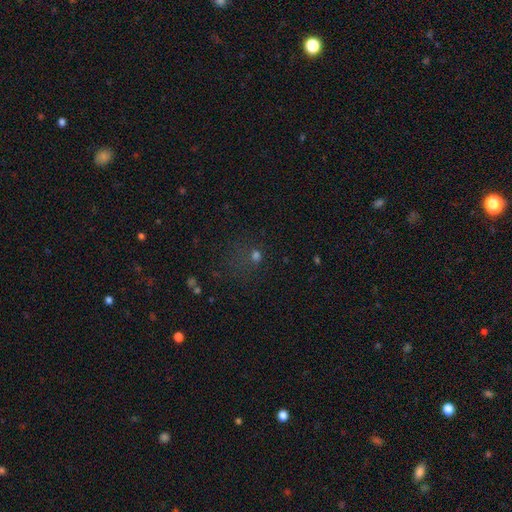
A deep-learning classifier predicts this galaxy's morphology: smooth-or-featured: smooth: 52% | star or artifact: 36% | featured or disk: 11%
  how-rounded: round: 74% | in between: 24% | cigar-shaped: 2%
  merging: none: 59% | major disturbance: 18% | minor disturbance: 16% | merger: 7%